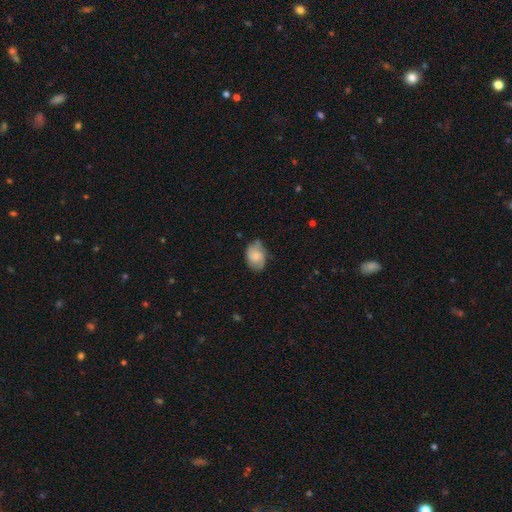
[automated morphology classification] The model was most divided on "smooth or featured": smooth: 55%, featured or disk: 38%, star or artifact: 8%. More confident: how rounded — in between (74%); merging — none (65%).